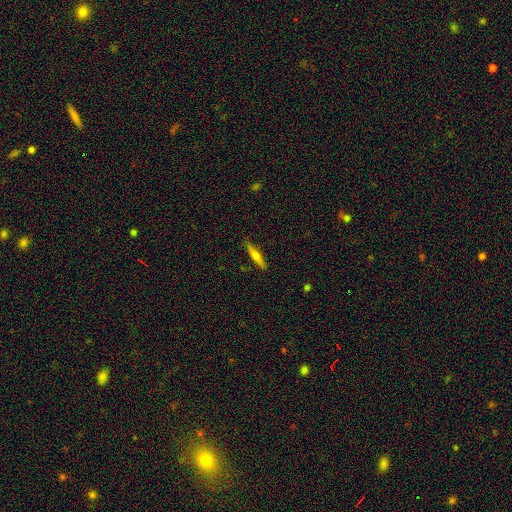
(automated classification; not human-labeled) Q: Smooth or featured?
A: smooth (48%); runner-up: featured or disk (46%)
Q: Merging?
A: none (88%); runner-up: minor disturbance (9%)